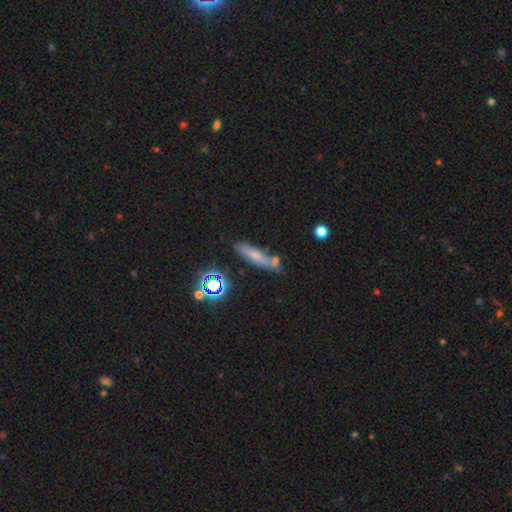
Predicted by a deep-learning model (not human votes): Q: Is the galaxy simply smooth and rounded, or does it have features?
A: smooth — 54%.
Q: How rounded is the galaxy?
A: cigar-shaped — 70%.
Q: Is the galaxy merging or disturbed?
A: none — 60%.